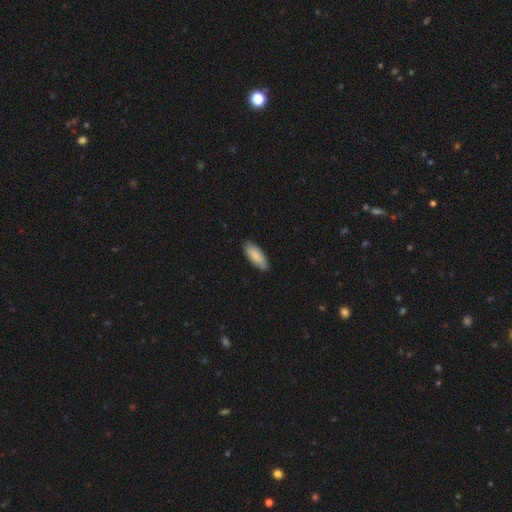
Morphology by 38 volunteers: smooth-or-featured: smooth: 87% | featured or disk: 11% | star or artifact: 3%
  how-rounded: in between: 73% | cigar-shaped: 24% | round: 3%
  merging: none: 89% | minor disturbance: 5% | major disturbance: 5% | merger: 0%